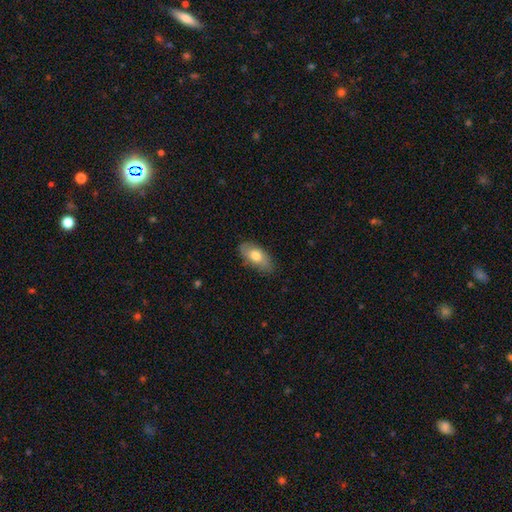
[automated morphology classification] A smooth galaxy with no disk features (69%) that is in between round and cigar-shaped (90%). Merging: none (79%).